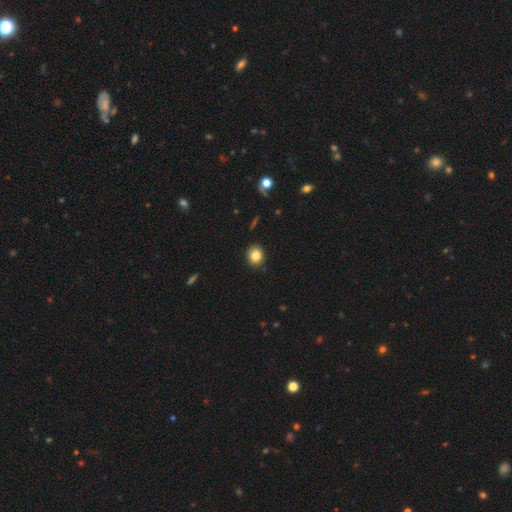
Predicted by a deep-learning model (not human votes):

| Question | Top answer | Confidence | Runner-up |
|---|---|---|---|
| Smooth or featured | smooth | 83% | star or artifact (10%) |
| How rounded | round | 70% | in between (29%) |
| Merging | none | 90% | minor disturbance (8%) |